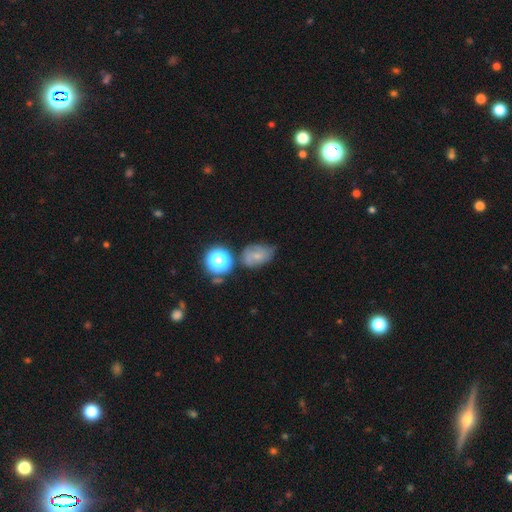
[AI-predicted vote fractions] smooth-or-featured: smooth: 45% | featured or disk: 35% | star or artifact: 20%
  merging: none: 52% | minor disturbance: 29% | major disturbance: 10% | merger: 8%